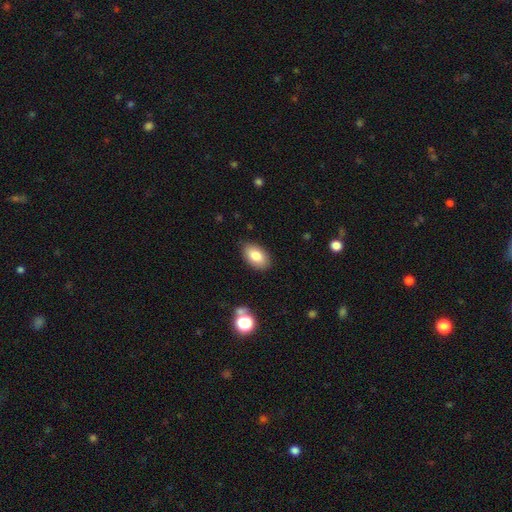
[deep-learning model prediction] Smooth or featured? Predicted: smooth (p=0.83). How rounded? Predicted: in between (p=0.92). Merging? Predicted: none (p=0.85).